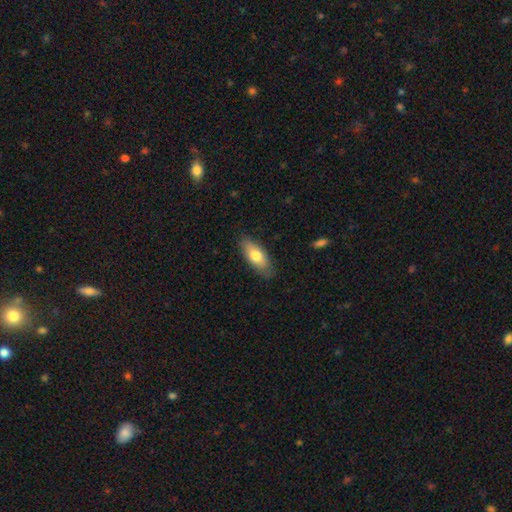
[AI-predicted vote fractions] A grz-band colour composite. It shows a smooth galaxy with no disk features (73%) that is in between round and cigar-shaped (77%). Merging: none (84%).